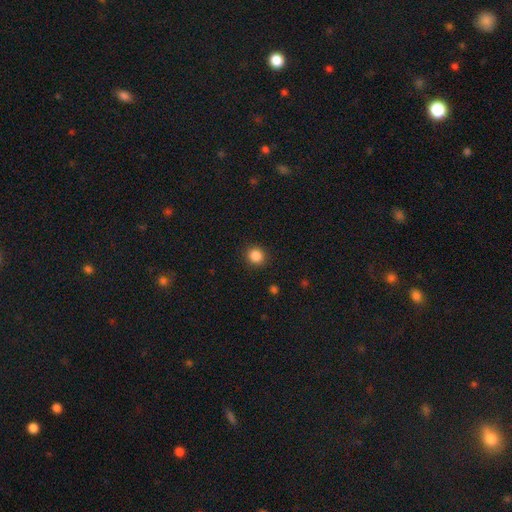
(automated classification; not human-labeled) smooth-or-featured: smooth: 86% | star or artifact: 10% | featured or disk: 3%
  how-rounded: round: 89% | in between: 10% | cigar-shaped: 1%
  merging: none: 91% | minor disturbance: 6% | major disturbance: 2% | merger: 1%